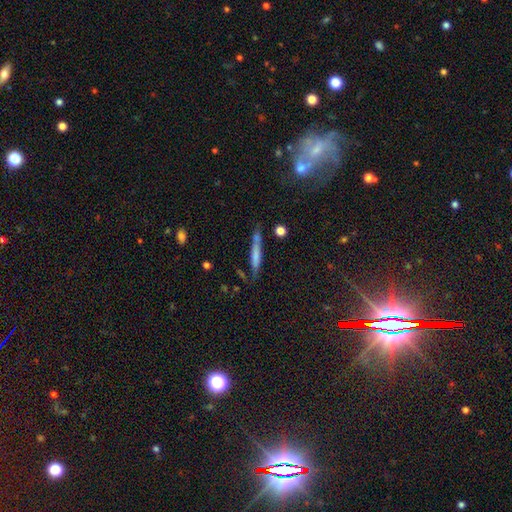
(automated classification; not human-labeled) Smooth or featured? smooth (63%)
How rounded? cigar-shaped (90%)
Merging? none (62%)